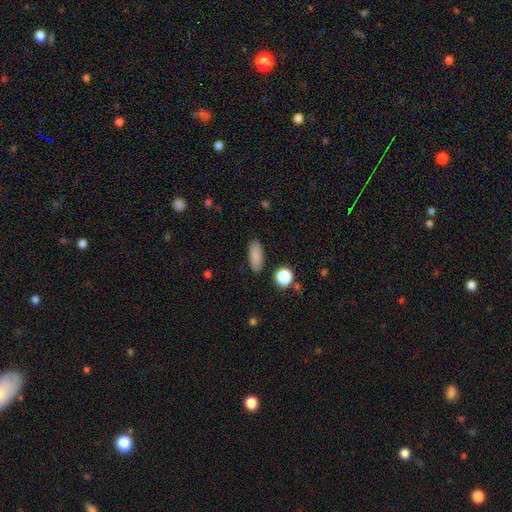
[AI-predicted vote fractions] Morphology: type=smooth (86%); roundness=in between (73%); merging=none (88%).